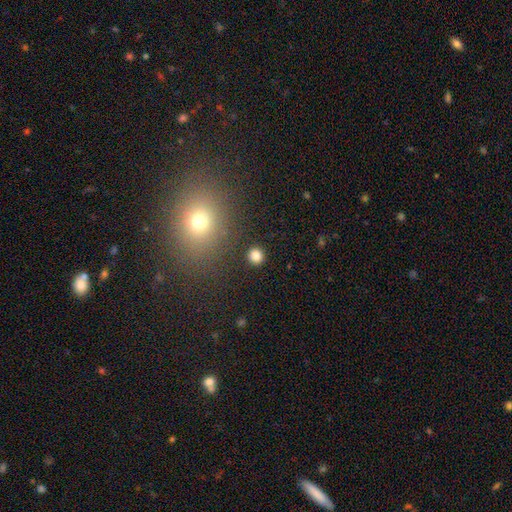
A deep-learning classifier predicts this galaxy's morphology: This appears to be a smooth galaxy with no disk features (83%) that is round (91%). Merging: none (90%).